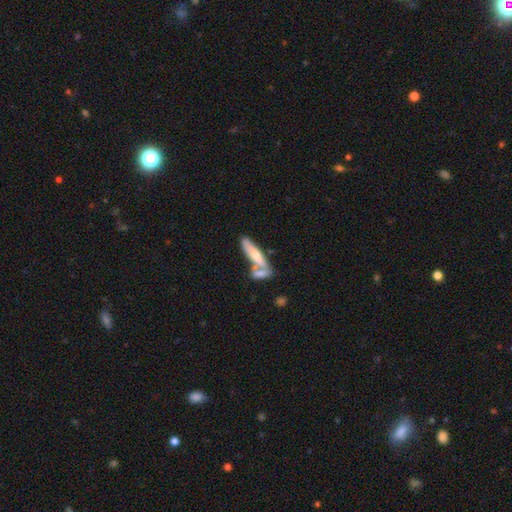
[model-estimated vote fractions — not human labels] Morphology: type=smooth (59%); roundness=cigar-shaped (69%); merging=merger (44%).